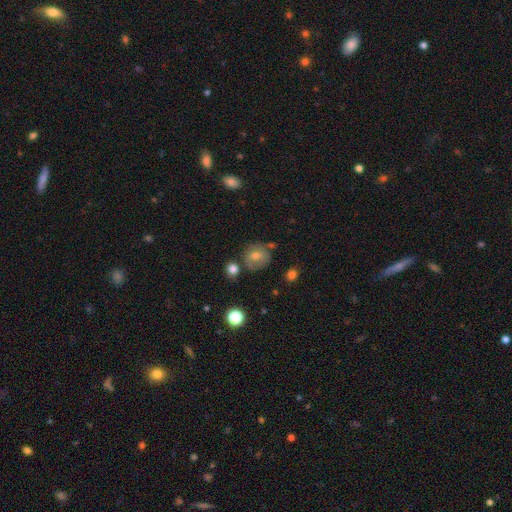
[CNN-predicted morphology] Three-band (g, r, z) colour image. It shows a smooth galaxy with no disk features (62%) that is round (81%). Merging: none (71%).